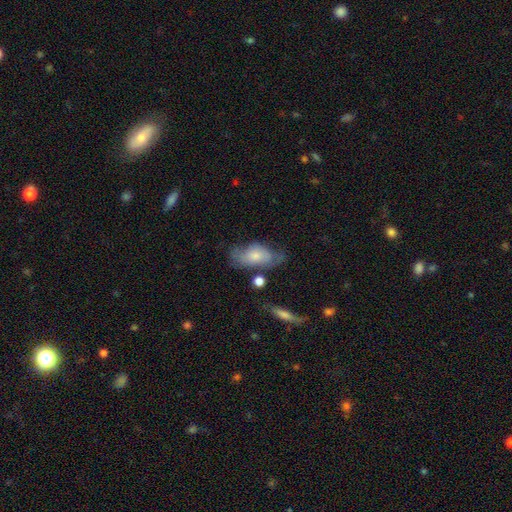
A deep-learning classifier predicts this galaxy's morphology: smooth-or-featured: smooth: 60% | featured or disk: 33% | star or artifact: 7%
  how-rounded: in between: 89% | cigar-shaped: 7% | round: 5%
  merging: none: 46% | minor disturbance: 31% | major disturbance: 17% | merger: 7%